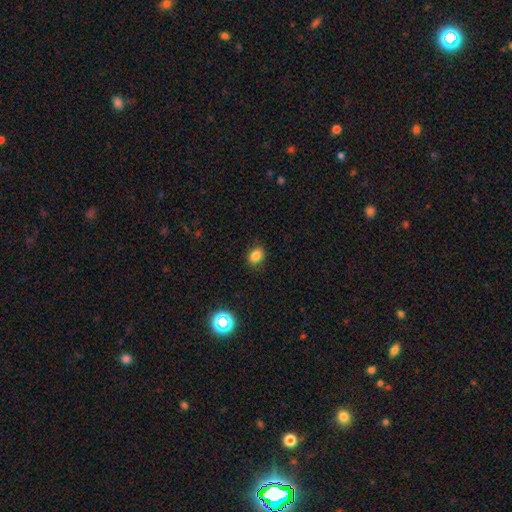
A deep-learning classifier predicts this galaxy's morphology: smooth-or-featured: smooth: 82% | star or artifact: 13% | featured or disk: 5%
  how-rounded: round: 51% | in between: 48% | cigar-shaped: 1%
  merging: none: 85% | minor disturbance: 11% | major disturbance: 3% | merger: 1%